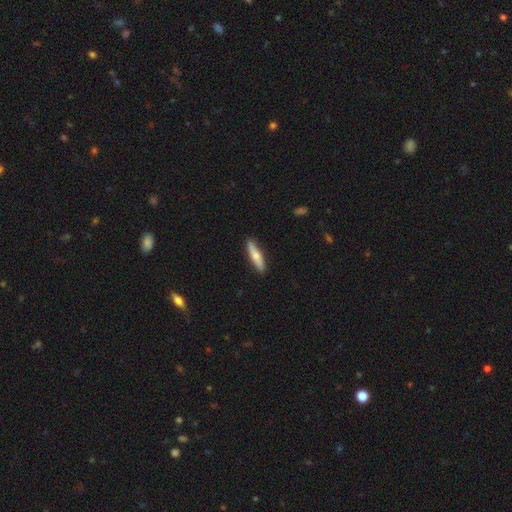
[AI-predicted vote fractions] This is possibly a smooth galaxy (59%). How rounded: likely cigar-shaped (77%). Merging: clearly none (88%).